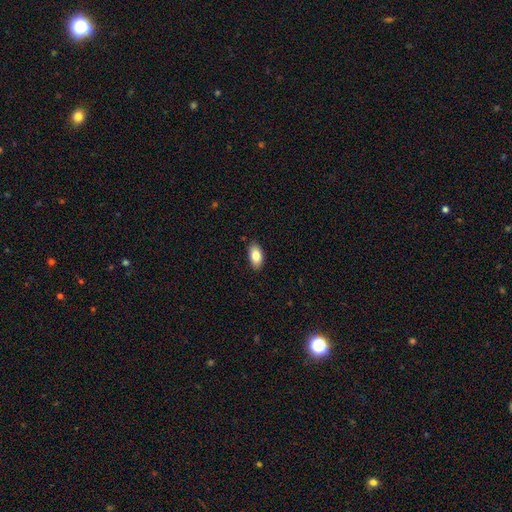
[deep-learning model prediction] This is clearly a smooth galaxy (85%). How rounded: clearly in between (93%). Merging: clearly none (88%).